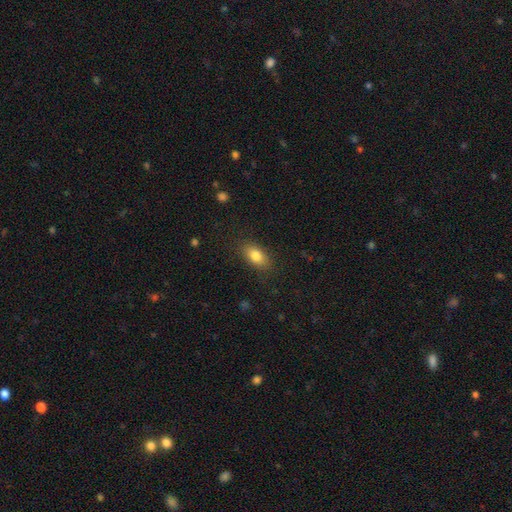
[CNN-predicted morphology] Smooth or featured? Predicted: smooth (p=0.83). How rounded? Predicted: in between (p=0.87). Merging? Predicted: none (p=0.84).